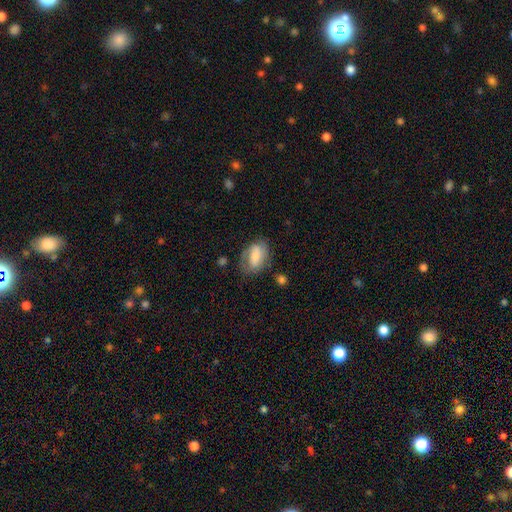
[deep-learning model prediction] A smooth galaxy with no disk features (54%) that is in between round and cigar-shaped (85%). Merging: none (61%).